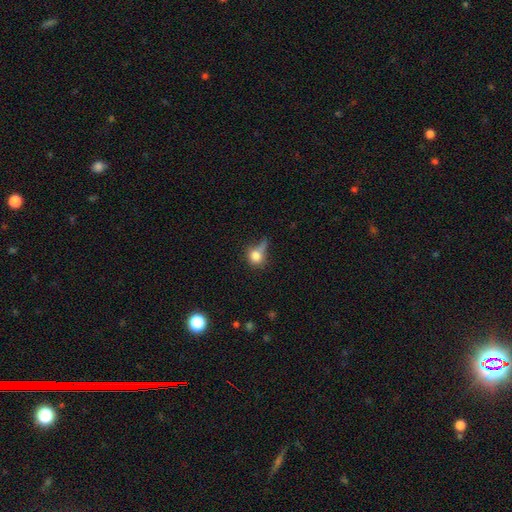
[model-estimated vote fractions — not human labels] A smooth galaxy with no disk features (76%) that is round (71%). Merging: none (34%).